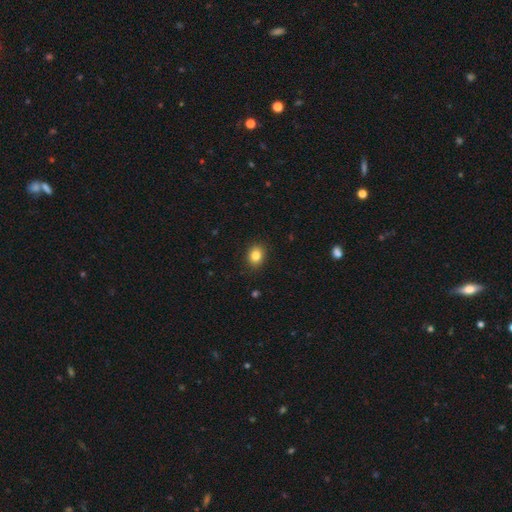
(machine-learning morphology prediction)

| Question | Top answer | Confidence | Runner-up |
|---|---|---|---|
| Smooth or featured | smooth | 83% | star or artifact (11%) |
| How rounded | round | 56% | in between (44%) |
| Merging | none | 89% | minor disturbance (8%) |